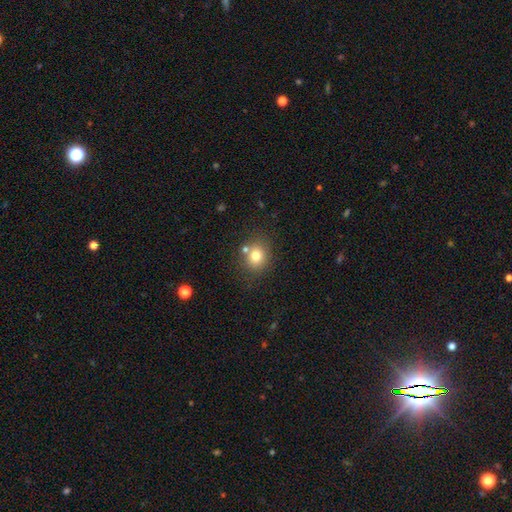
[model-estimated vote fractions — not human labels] This is likely a smooth galaxy (77%). How rounded: likely round (74%). Merging: likely none (72%).